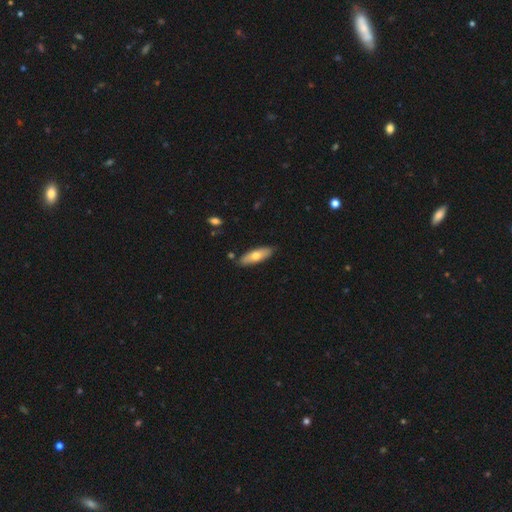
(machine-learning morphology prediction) Smooth or featured: smooth — 64% (featured or disk — 31%)
How rounded: in between — 55% (cigar-shaped — 42%)
Merging: none — 86% (minor disturbance — 10%)